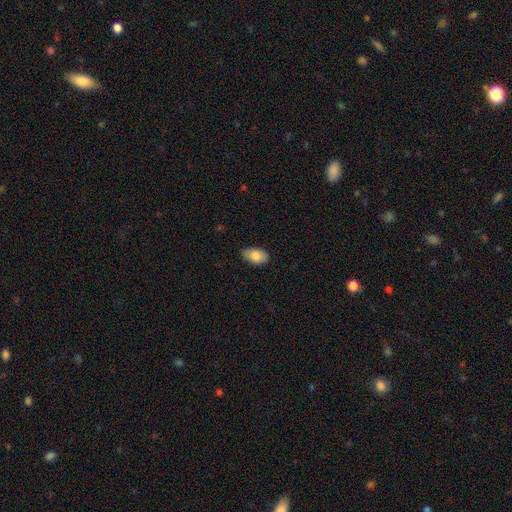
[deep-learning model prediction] This appears to be a smooth galaxy with no disk features (83%) that is in between round and cigar-shaped (91%). Merging: none (73%).